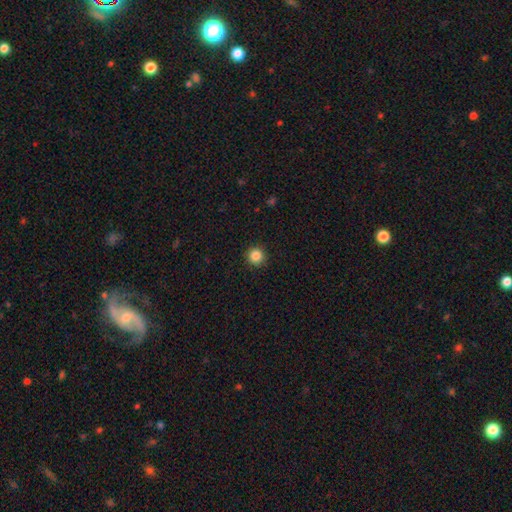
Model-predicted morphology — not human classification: Smooth or featured? Predicted: smooth (p=0.86). How rounded? Predicted: round (p=0.95). Merging? Predicted: none (p=0.92).